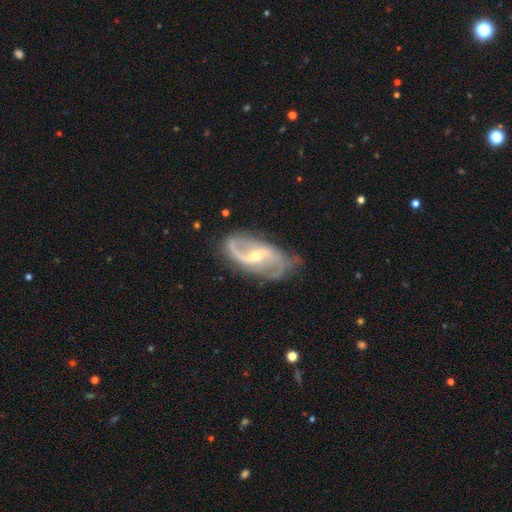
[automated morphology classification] This is clearly a featured or disk galaxy (88%). It is clearly not viewed edge-on (96%). Bar: possibly weak (48%). Spiral arm pattern: clearly yes (96%). Spiral arm count: clearly 2 (83%). Spiral winding: possibly loose (54%). Central bulge: likely small (60%). Merging: likely none (65%).